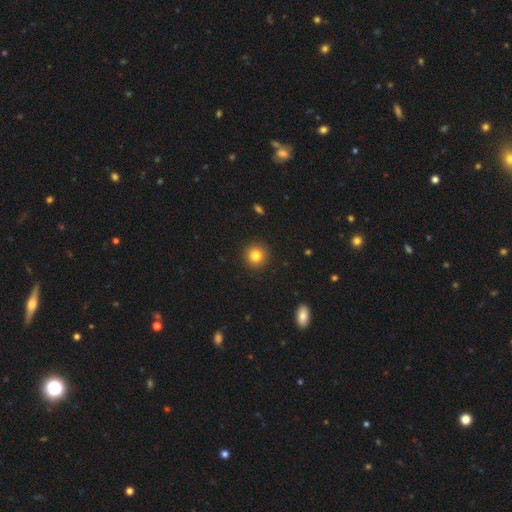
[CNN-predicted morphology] A smooth galaxy with no disk features (83%) that is round (94%). Merging: none (92%).